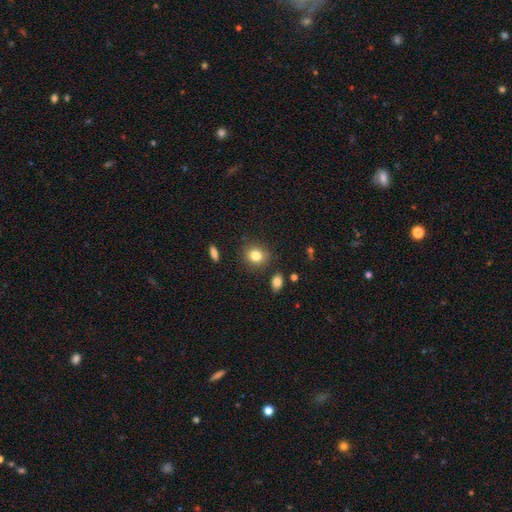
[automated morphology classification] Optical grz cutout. It shows a smooth galaxy with no disk features (82%) that is round (66%). Merging: none (84%).